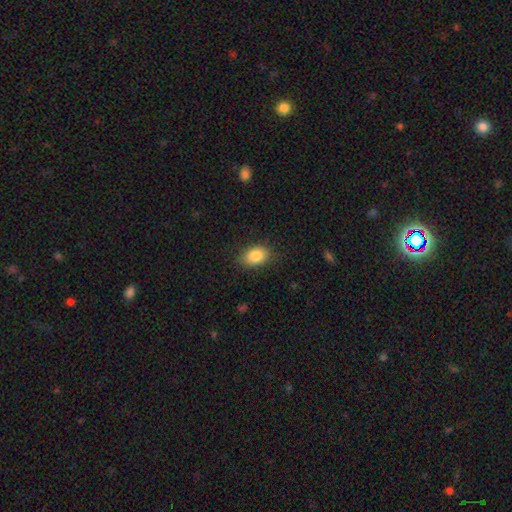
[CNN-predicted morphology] smooth-or-featured: smooth: 84% | star or artifact: 8% | featured or disk: 8%
  how-rounded: in between: 81% | round: 18% | cigar-shaped: 1%
  merging: none: 82% | minor disturbance: 14% | major disturbance: 3% | merger: 1%